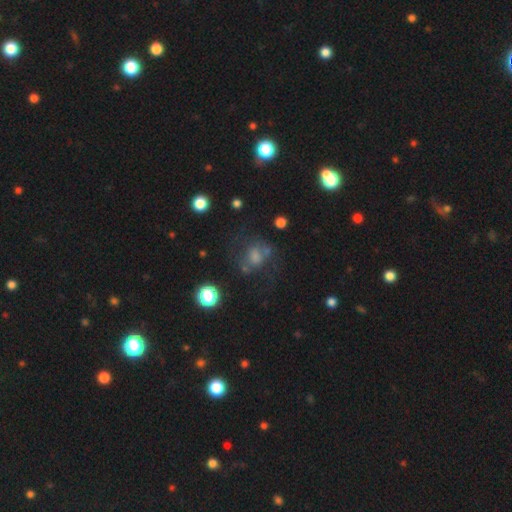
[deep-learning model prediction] Overall: smooth (47%; featured or disk 27%). Merging: none (53%; major disturbance 19%).